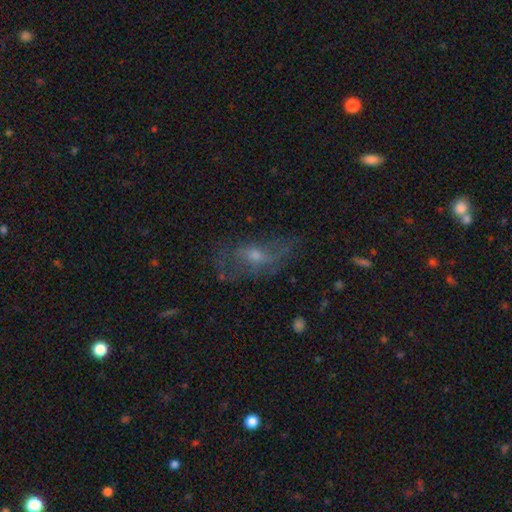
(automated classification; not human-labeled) smooth-or-featured: featured or disk: 53% | smooth: 35% | star or artifact: 12%
  disk-edge-on: no: 89% | yes: 11%
  merging: none: 45% | major disturbance: 29% | minor disturbance: 23% | merger: 3%